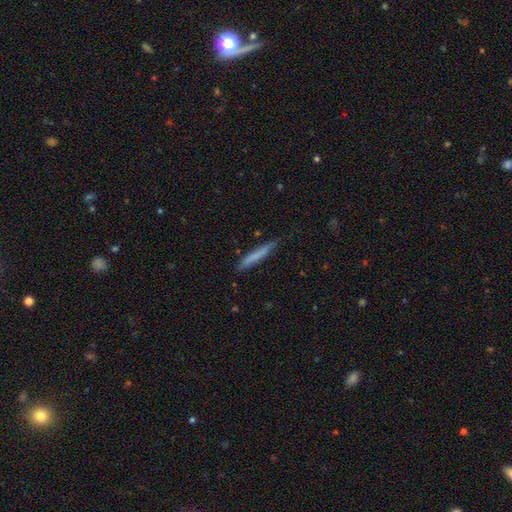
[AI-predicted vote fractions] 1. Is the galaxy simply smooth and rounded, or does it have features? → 70% smooth, 24% featured or disk, 6% star or artifact.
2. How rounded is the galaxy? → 95% cigar-shaped, 3% in between, 1% round.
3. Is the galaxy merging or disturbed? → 80% none, 16% minor disturbance, 3% major disturbance, 2% merger.